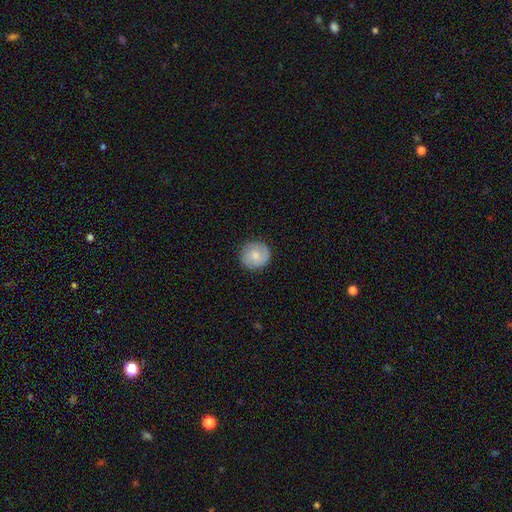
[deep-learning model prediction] smooth_or_featured: smooth (p=0.66) [alt: featured or disk p=0.27]
how_rounded: round (p=0.90) [alt: in between p=0.09]
merging: none (p=0.86) [alt: minor disturbance p=0.10]